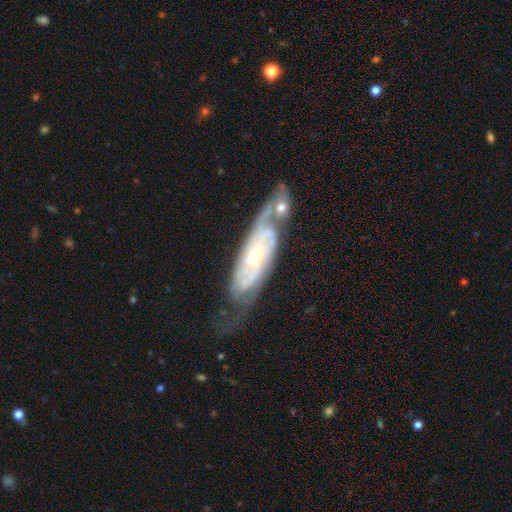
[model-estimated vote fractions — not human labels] Smooth or featured: featured or disk — 85% (smooth — 10%)
Edge-on disk: no — 87% (yes — 13%)
Bar: no — 62% (weak — 29%)
Spiral arms: yes — 95% (no — 5%)
Spiral winding: tight — 61% (medium — 31%)
Spiral arm count: 2 — 54% (can't tell — 27%)
Bulge size: moderate — 51% (small — 43%)
Merging: none — 38% (merger — 31%)